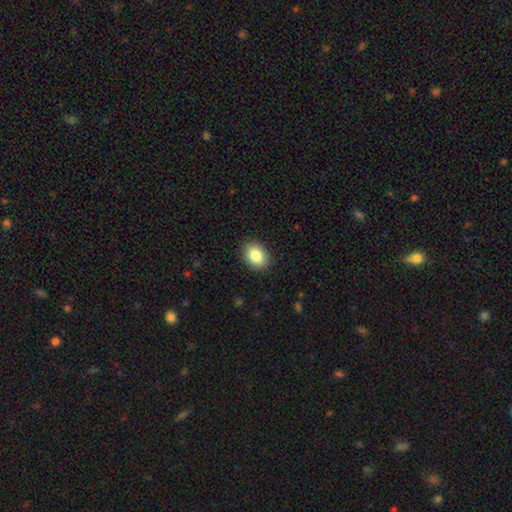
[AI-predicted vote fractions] smooth-or-featured: smooth: 85% | star or artifact: 8% | featured or disk: 7%
  how-rounded: in between: 72% | round: 27% | cigar-shaped: 1%
  merging: none: 89% | minor disturbance: 8% | major disturbance: 2% | merger: 1%